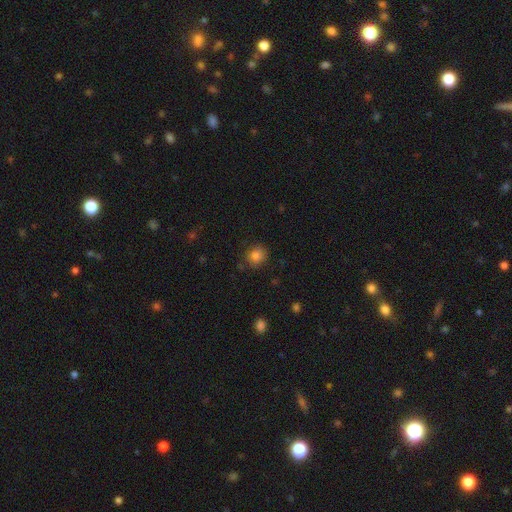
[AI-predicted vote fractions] A smooth galaxy with no disk features (83%) that is round (81%). Merging: none (79%).